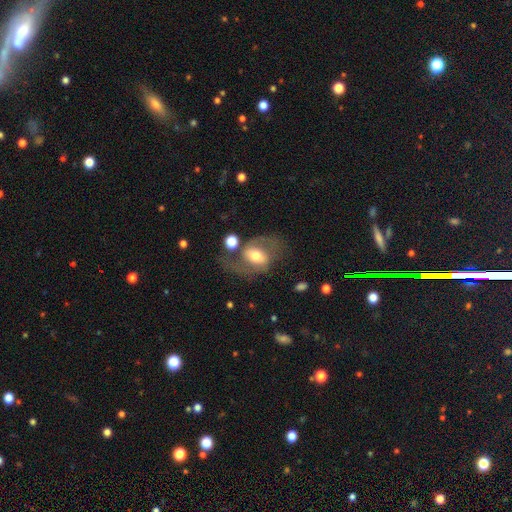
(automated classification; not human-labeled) smooth-or-featured: featured or disk: 65% | smooth: 28% | star or artifact: 7%
  disk-edge-on: no: 95% | yes: 5%
    bar: weak: 42% | no: 33% | strong: 25%
    has-spiral-arms: yes: 78% | no: 22%
    bulge-size: moderate: 66% | large: 16% | small: 15% | dominant: 2% | none: 1%
  merging: none: 53% | major disturbance: 20% | minor disturbance: 19% | merger: 8%